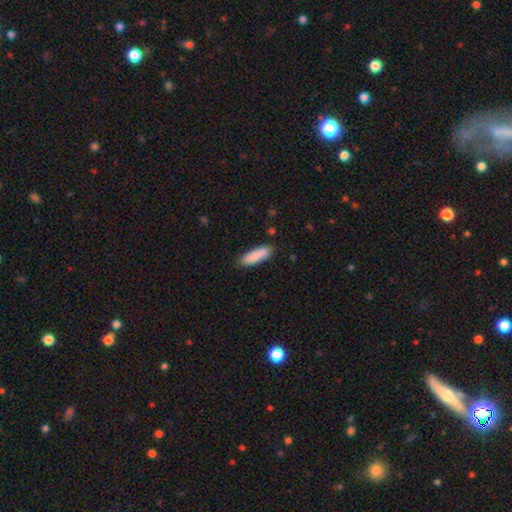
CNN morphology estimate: The model was most divided on "how rounded": cigar-shaped: 52%, in between: 46%, round: 2%. More confident: smooth or featured — smooth (86%); merging — none (83%).